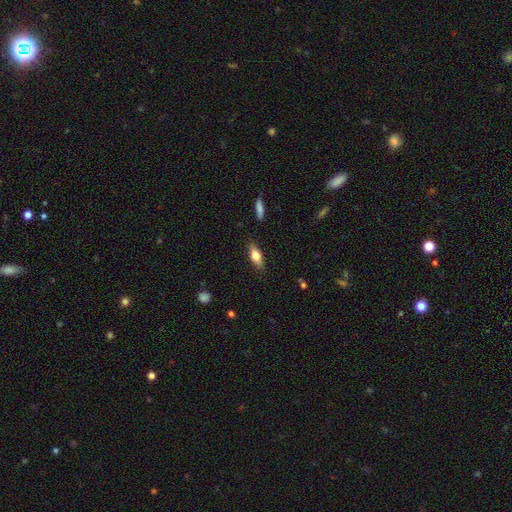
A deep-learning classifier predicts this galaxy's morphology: A smooth galaxy with no disk features (72%) that is in between round and cigar-shaped (70%).

Vote fractions:
- Smooth or featured? smooth: 72% / featured or disk: 21% / star or artifact: 7%
- How rounded? in between: 70% / cigar-shaped: 28% / round: 3%
- Merging? none: 84% / minor disturbance: 12% / major disturbance: 3% / merger: 1%